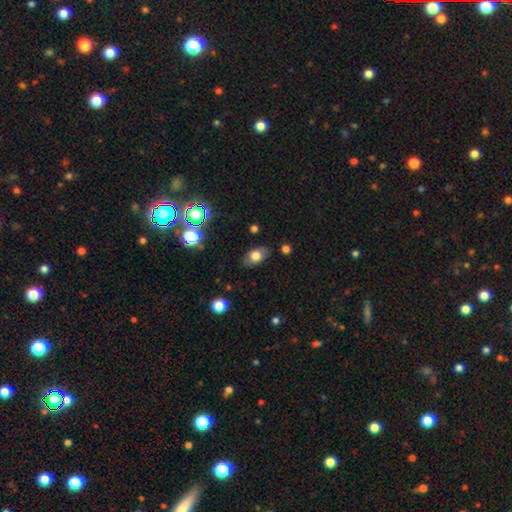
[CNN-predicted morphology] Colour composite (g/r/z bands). It shows a smooth galaxy with no disk features (74%) that is in between round and cigar-shaped (85%). Merging: none (80%).